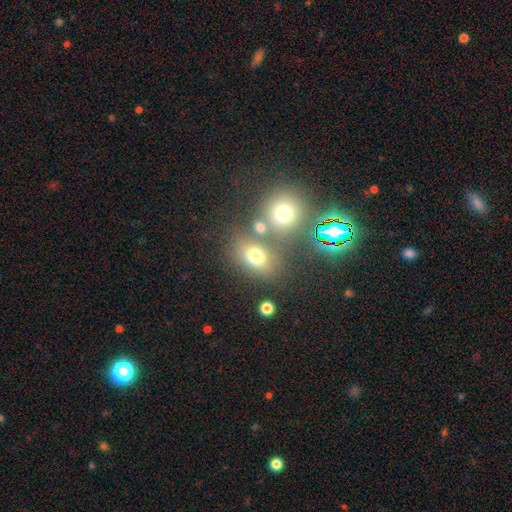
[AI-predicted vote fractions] Q: Smooth or featured?
A: smooth (71%); runner-up: star or artifact (18%)
Q: How rounded?
A: round (52%); runner-up: in between (46%)
Q: Merging?
A: none (56%); runner-up: merger (27%)